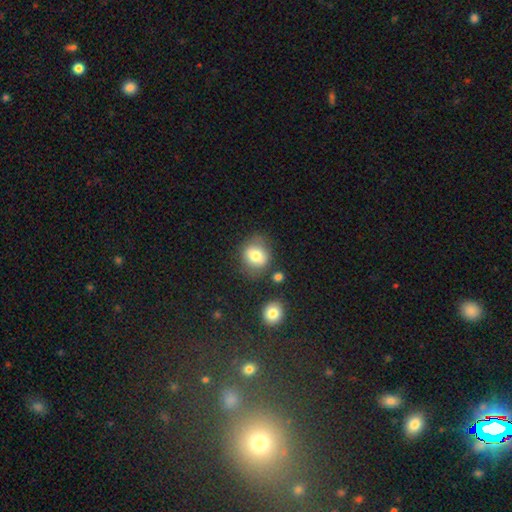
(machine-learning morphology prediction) smooth 76%, featured or disk 15%, star or artifact 9%. Down the decision tree: how rounded — round (64%); merging — none (72%).